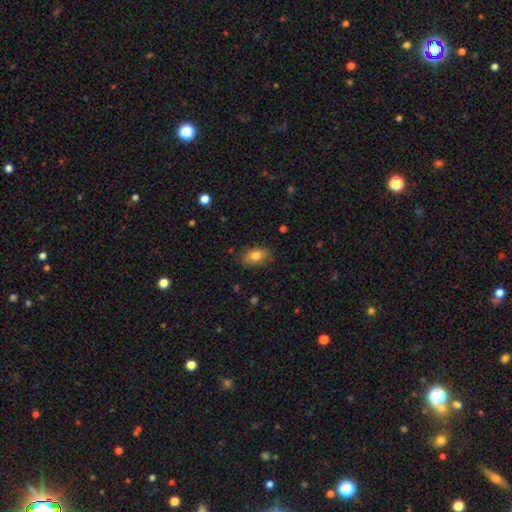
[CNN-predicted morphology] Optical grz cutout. It shows a smooth galaxy with no disk features (79%) that is in between round and cigar-shaped (86%). Merging: none (83%).